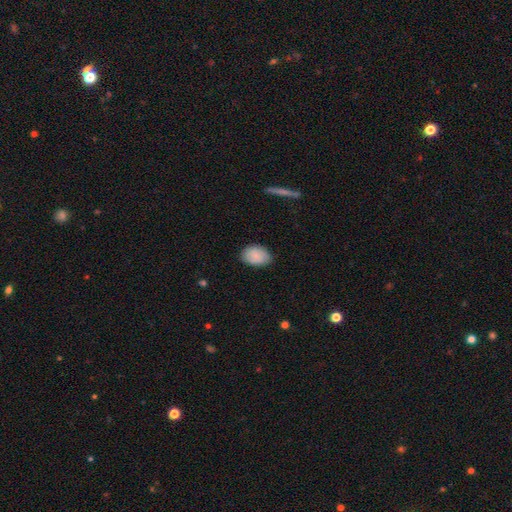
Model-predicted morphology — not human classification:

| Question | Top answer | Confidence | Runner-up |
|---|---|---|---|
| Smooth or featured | smooth | 85% | featured or disk (8%) |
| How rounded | in between | 83% | round (16%) |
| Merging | none | 79% | minor disturbance (17%) |